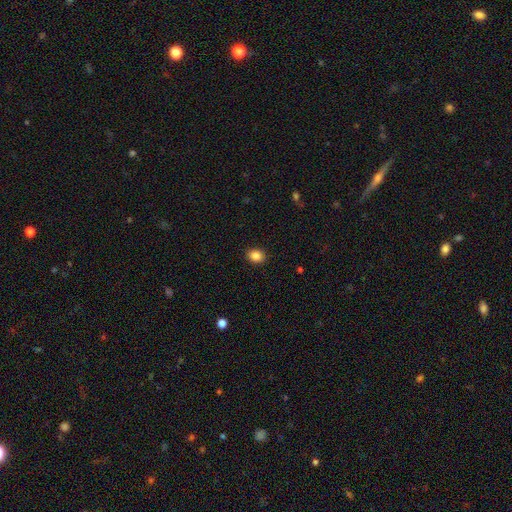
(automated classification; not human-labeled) This is clearly a smooth galaxy (87%). How rounded: possibly in between (52%). Merging: clearly none (90%).